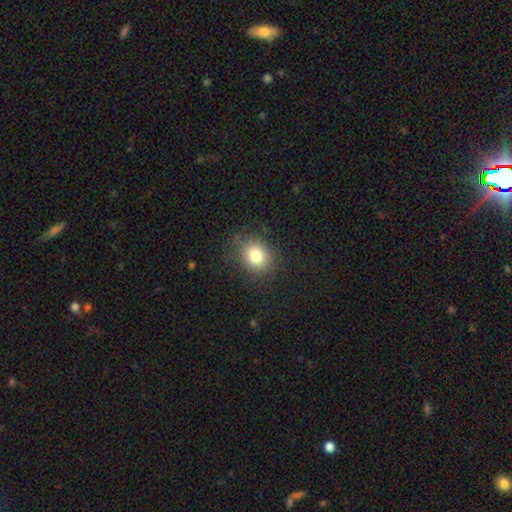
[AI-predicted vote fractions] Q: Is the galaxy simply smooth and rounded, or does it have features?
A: smooth — 80%.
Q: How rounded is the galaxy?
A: round — 59%.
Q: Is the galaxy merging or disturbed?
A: none — 83%.